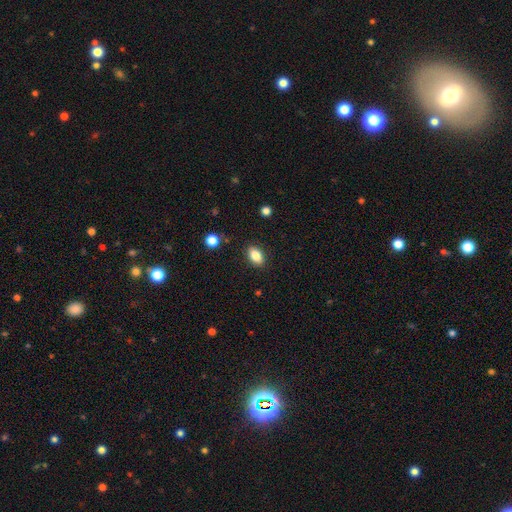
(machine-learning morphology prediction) This is clearly a smooth galaxy (85%). How rounded: clearly in between (88%). Merging: clearly none (87%).